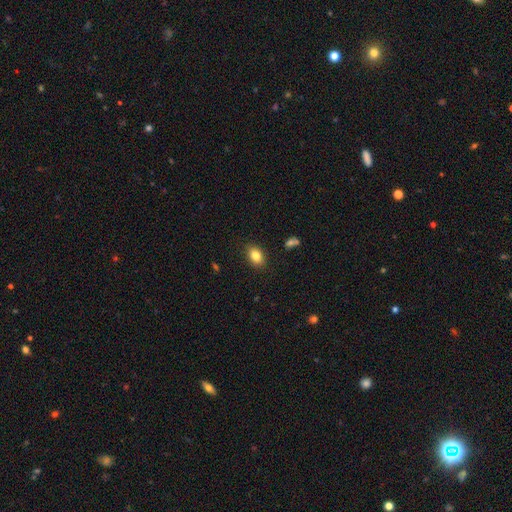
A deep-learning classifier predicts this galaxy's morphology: smooth_or_featured: smooth (p=0.83) [alt: star or artifact p=0.09]
how_rounded: in between (p=0.82) [alt: round p=0.17]
merging: none (p=0.88) [alt: minor disturbance p=0.09]